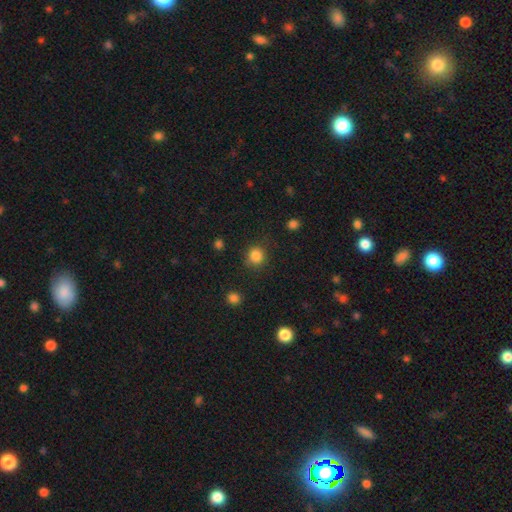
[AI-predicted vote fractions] This is clearly a smooth galaxy (84%). How rounded: clearly round (89%). Merging: clearly none (84%).